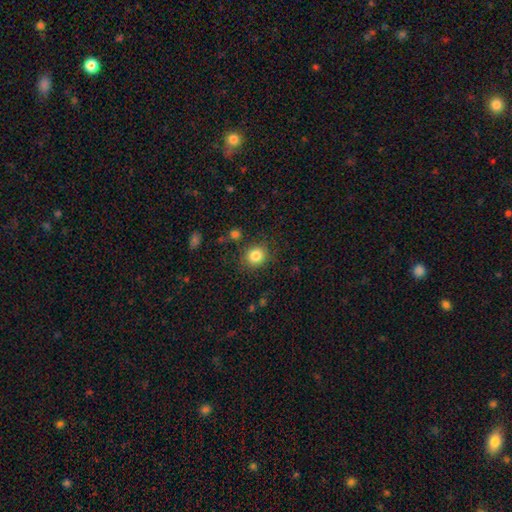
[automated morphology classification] Q: Smooth or featured?
A: smooth (84%); runner-up: star or artifact (11%)
Q: How rounded?
A: round (80%); runner-up: in between (19%)
Q: Merging?
A: none (84%); runner-up: minor disturbance (10%)